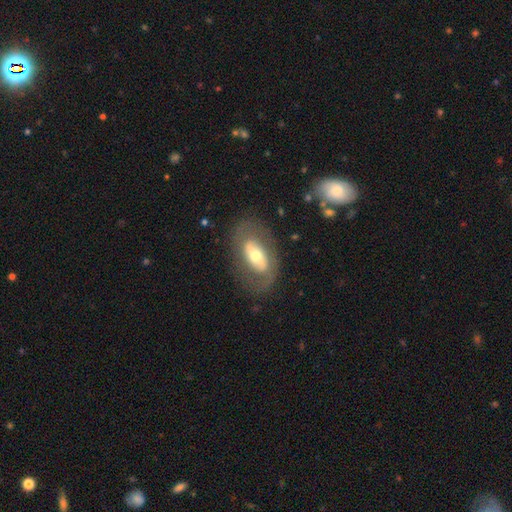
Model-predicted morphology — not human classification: This appears to be a featured or disk galaxy (61%) with no bar (52%), no spiral arms (50%, tied with yes) and a moderate central bulge (59%). Merging: none (75%).